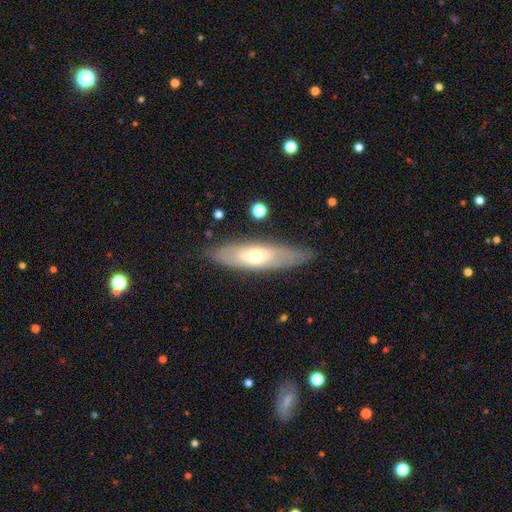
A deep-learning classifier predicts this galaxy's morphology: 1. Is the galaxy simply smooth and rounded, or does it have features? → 55% featured or disk, 39% smooth, 6% star or artifact.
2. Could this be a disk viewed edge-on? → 59% no, 41% yes.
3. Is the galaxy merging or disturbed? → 80% none, 15% minor disturbance, 3% major disturbance, 2% merger.